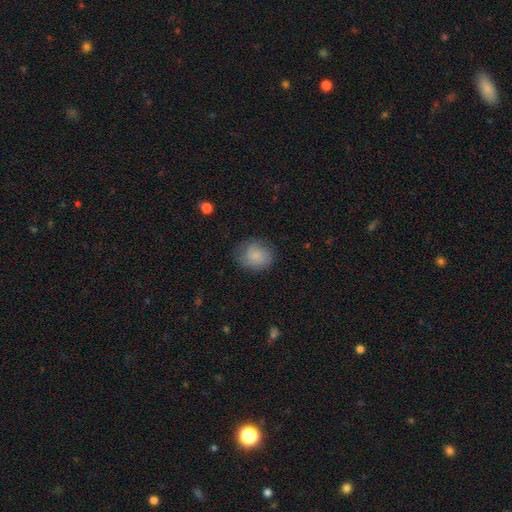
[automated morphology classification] The model was most divided on "how rounded": round: 73%, in between: 26%, cigar-shaped: 1%. More confident: smooth or featured — smooth (77%); merging — none (69%).